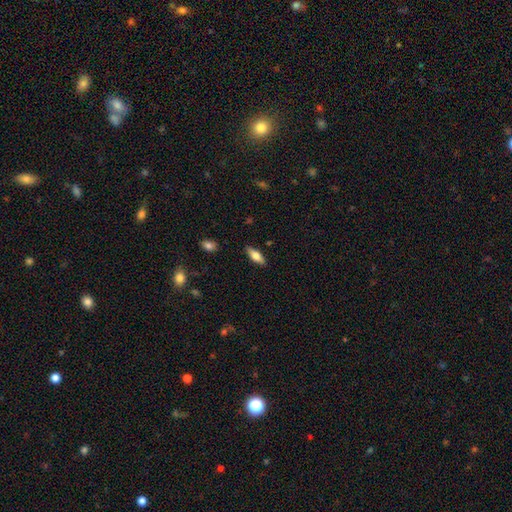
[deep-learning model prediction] Overall: smooth (68%). How rounded: in between (68%; cigar-shaped 29%). Merging: none (87%).